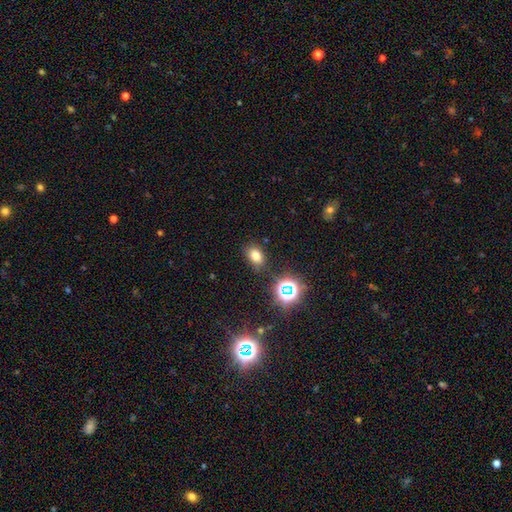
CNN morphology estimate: This is likely a smooth galaxy (73%). How rounded: likely in between (76%). Merging: clearly none (81%).